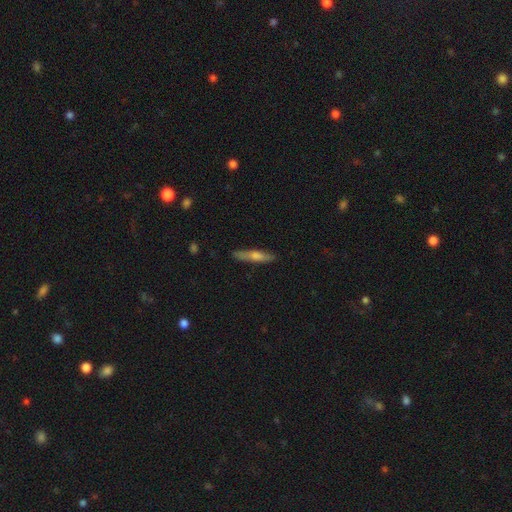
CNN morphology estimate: smooth_or_featured: smooth (p=0.50) [alt: featured or disk p=0.43]
how_rounded: cigar-shaped (p=0.89) [alt: in between p=0.10]
merging: none (p=0.87) [alt: minor disturbance p=0.10]